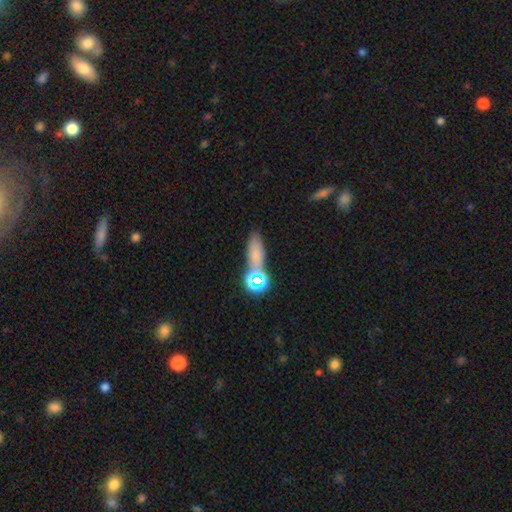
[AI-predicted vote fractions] This appears to be a smooth galaxy with no disk features (67%) that is in between round and cigar-shaped (53%). Merging: none (63%).